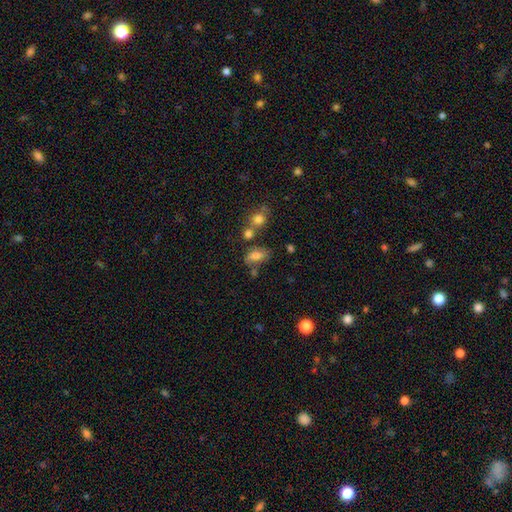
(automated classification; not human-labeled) Smooth or featured: smooth — 74% (featured or disk — 15%)
How rounded: in between — 86% (round — 9%)
Merging: none — 54% (minor disturbance — 19%)